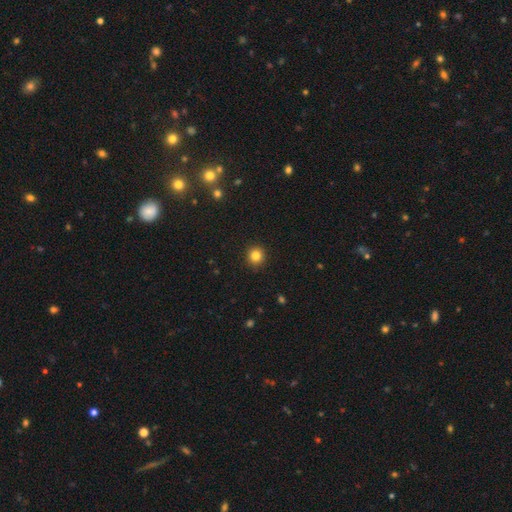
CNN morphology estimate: This appears to be a smooth galaxy with no disk features (84%) that is round (93%). Merging: none (92%).